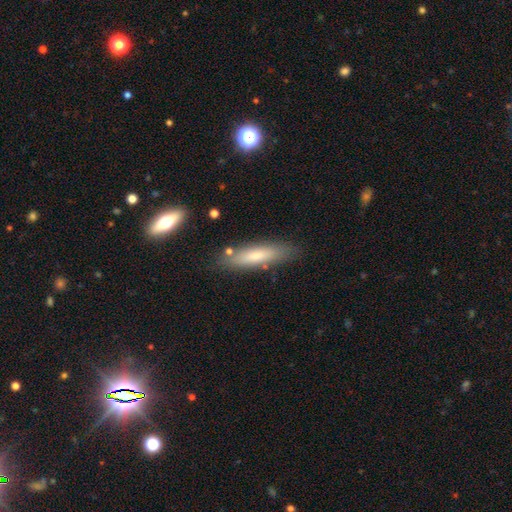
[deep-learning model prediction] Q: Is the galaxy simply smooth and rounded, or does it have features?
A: smooth — 71%.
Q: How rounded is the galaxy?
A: cigar-shaped — 76%.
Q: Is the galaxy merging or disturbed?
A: none — 79%.